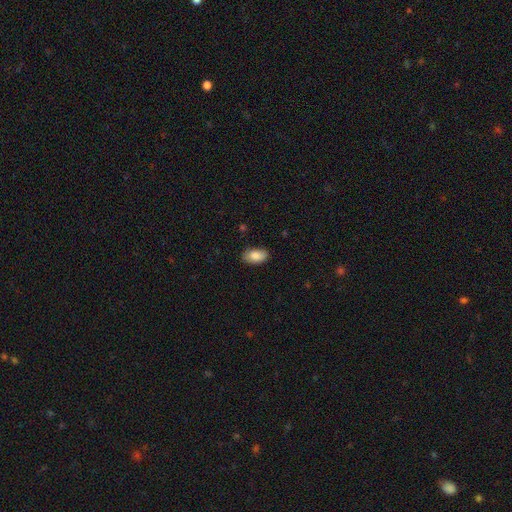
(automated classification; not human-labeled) Smooth or featured: smooth — 87% (star or artifact — 7%)
How rounded: in between — 93% (round — 5%)
Merging: none — 82% (minor disturbance — 14%)